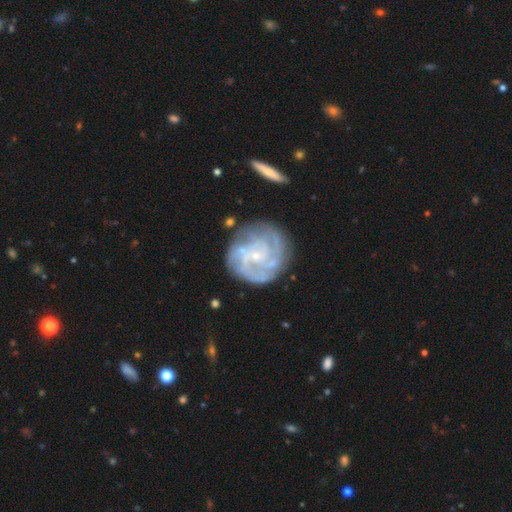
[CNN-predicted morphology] This is clearly a featured or disk galaxy (84%). It is clearly not viewed edge-on (98%). Bar: likely no (70%). Spiral arm pattern: clearly yes (94%). Spiral arm count: marginally can't tell (27%). Spiral winding: likely tight (65%). Central bulge: clearly small (83%). Merging: likely none (73%).